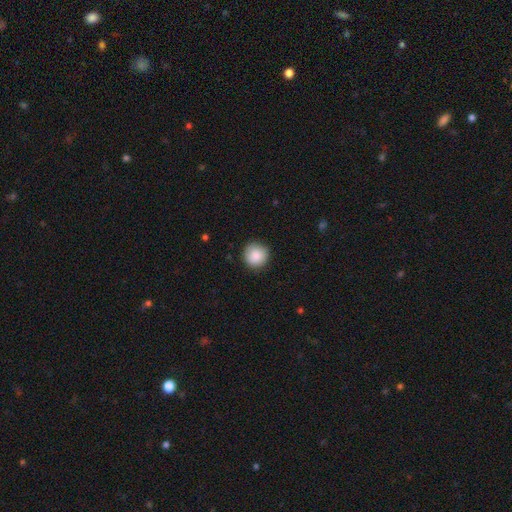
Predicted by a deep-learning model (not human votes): smooth_or_featured: smooth (p=0.88) [alt: star or artifact p=0.08]
how_rounded: round (p=0.95) [alt: in between p=0.04]
merging: none (p=0.88) [alt: minor disturbance p=0.09]